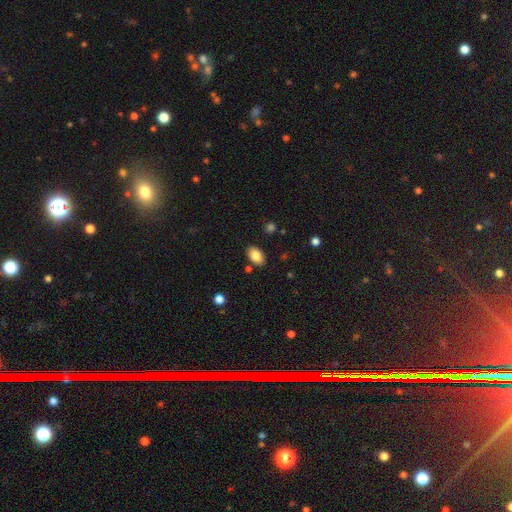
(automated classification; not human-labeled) A smooth galaxy with no disk features (85%) that is in between round and cigar-shaped (90%). Merging: none (85%).